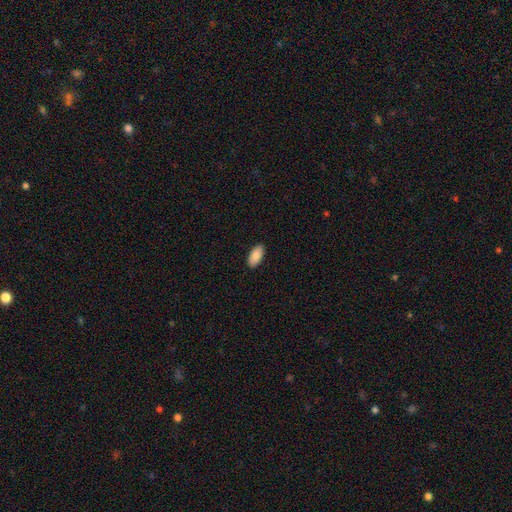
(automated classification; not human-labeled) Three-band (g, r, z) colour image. It shows a smooth galaxy with no disk features (89%) that is in between round and cigar-shaped (93%). Merging: none (90%).